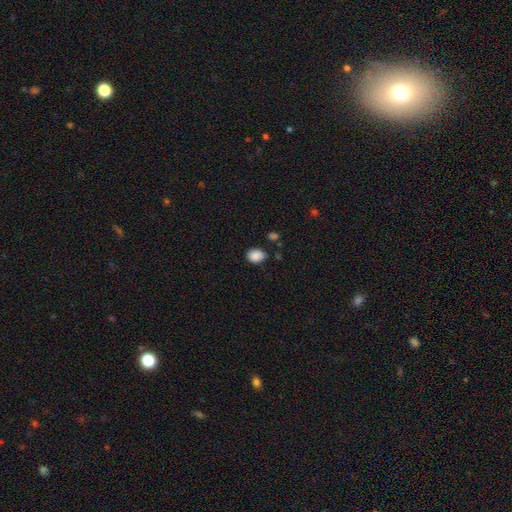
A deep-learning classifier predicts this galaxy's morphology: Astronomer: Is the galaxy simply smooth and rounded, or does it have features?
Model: smooth — 88%.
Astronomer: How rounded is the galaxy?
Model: in between — 69%.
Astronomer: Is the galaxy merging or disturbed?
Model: none — 76%.